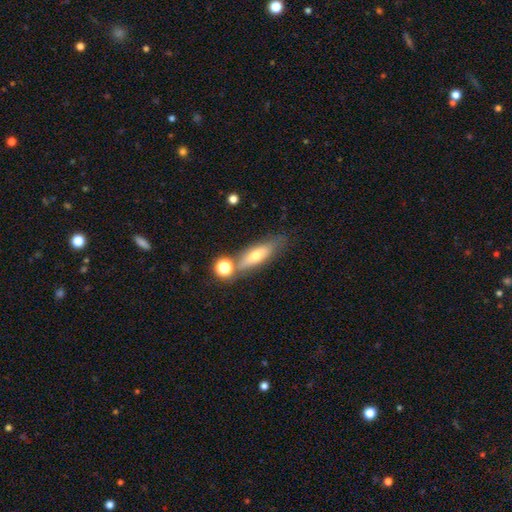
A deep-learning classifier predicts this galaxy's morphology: smooth_or_featured: smooth (p=0.55) [alt: featured or disk p=0.36]
how_rounded: cigar-shaped (p=0.58) [alt: in between p=0.38]
merging: none (p=0.65) [alt: merger p=0.15]